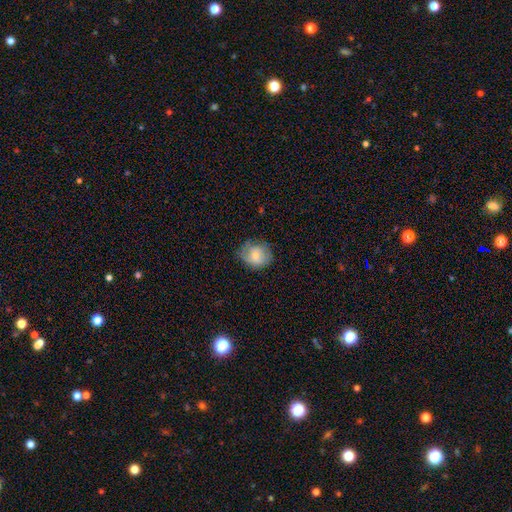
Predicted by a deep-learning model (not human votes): This appears to be a smooth galaxy with no disk features (61%) that is round (68%). Merging: none (64%).